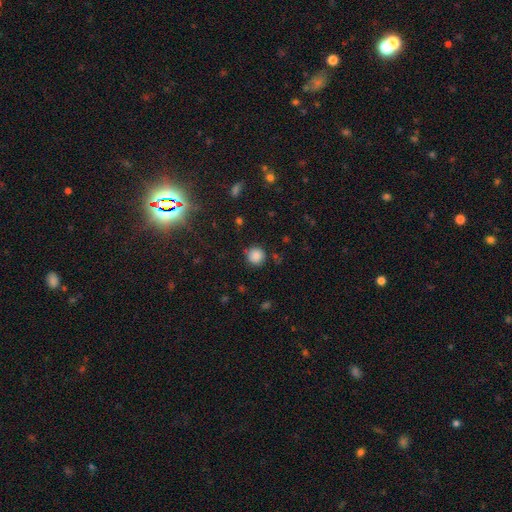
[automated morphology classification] A smooth galaxy with no disk features (85%) that is round (93%). Merging: none (84%).